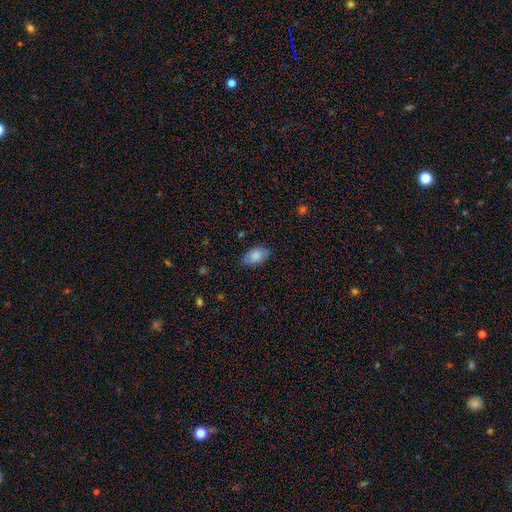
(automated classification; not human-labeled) This is clearly a smooth galaxy (84%). How rounded: clearly in between (93%). Merging: clearly none (80%).